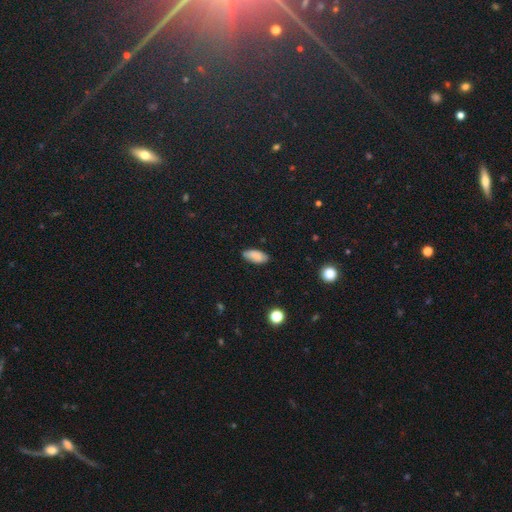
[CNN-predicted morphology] smooth-or-featured: smooth: 83% | featured or disk: 9% | star or artifact: 8%
  how-rounded: in between: 88% | cigar-shaped: 10% | round: 2%
  merging: none: 79% | minor disturbance: 16% | major disturbance: 3% | merger: 1%